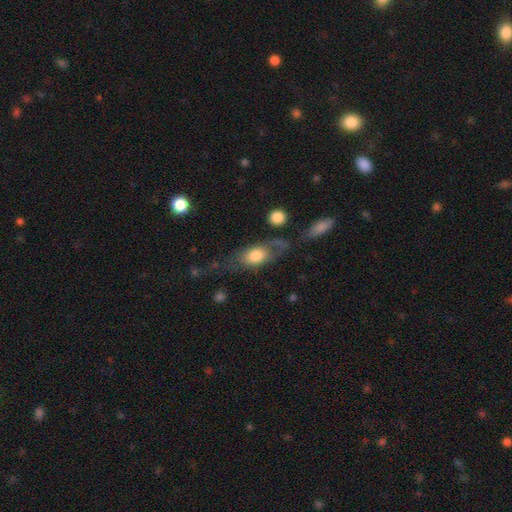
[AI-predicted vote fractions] The model was most divided on "merging": none: 47%, minor disturbance: 23%, major disturbance: 22%, merger: 8%. More confident: how rounded — in between (77%); smooth or featured — smooth (67%).